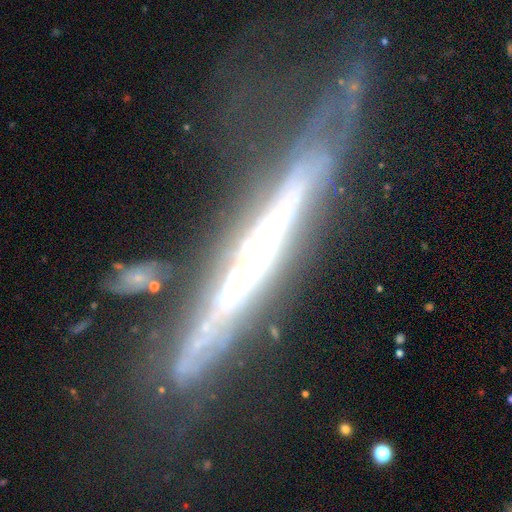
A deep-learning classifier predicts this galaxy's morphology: featured or disk 82%, smooth 11%, star or artifact 7%. Down the decision tree: edge-on disk — yes (76%); edge-on bulge — none (46%); merging — none (49%).